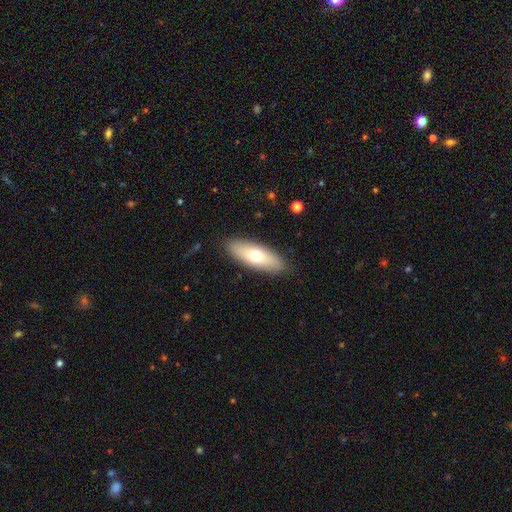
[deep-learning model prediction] Smooth or featured: smooth — 66% (featured or disk — 28%)
How rounded: in between — 70% (cigar-shaped — 28%)
Merging: none — 89% (minor disturbance — 8%)